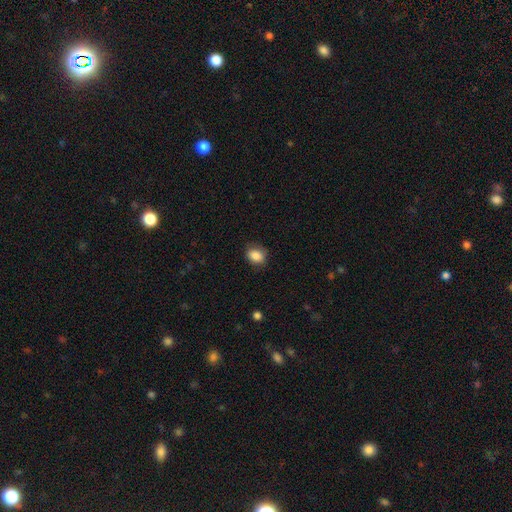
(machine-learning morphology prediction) Smooth or featured?
  - smooth: 87% *
  - star or artifact: 9%
  - featured or disk: 5%
How rounded?
  - in between: 56% *
  - round: 42%
  - cigar-shaped: 1%
Merging?
  - none: 80% *
  - minor disturbance: 15%
  - major disturbance: 4%
  - merger: 1%